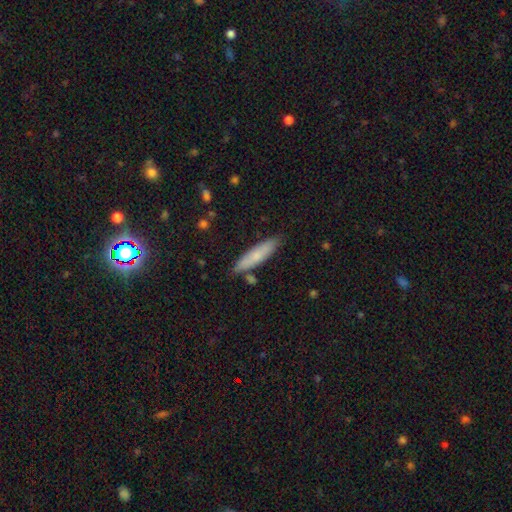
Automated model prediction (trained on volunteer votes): smooth-or-featured: smooth: 72% | featured or disk: 22% | star or artifact: 7%
  how-rounded: cigar-shaped: 75% | in between: 23% | round: 2%
  merging: none: 81% | minor disturbance: 13% | merger: 4% | major disturbance: 2%